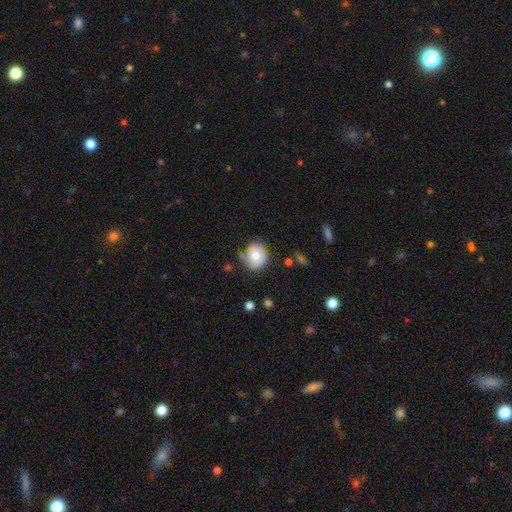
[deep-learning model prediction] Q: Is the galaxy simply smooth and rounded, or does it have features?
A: smooth — 67%.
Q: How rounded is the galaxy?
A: round — 71%.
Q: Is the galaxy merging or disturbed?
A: none — 63%.